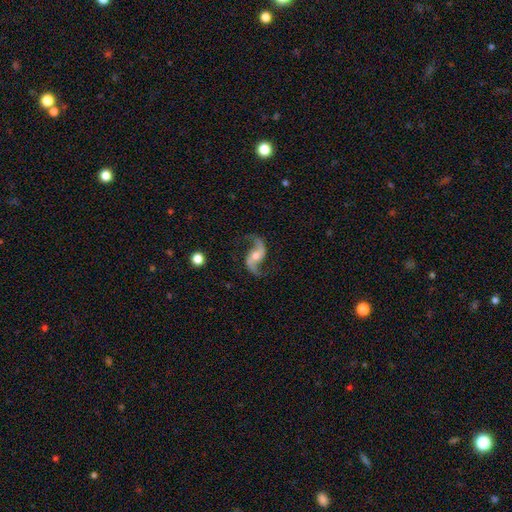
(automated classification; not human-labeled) Overall: featured or disk (91%). Edge-on disk: no (97%). Bar: no (42%; weak 35%). Spiral arms: yes (97%). Spiral arm count: 2 (94%). Spiral winding: loose (79%). Bulge size: moderate (54%; small 36%). Merging: none (80%).